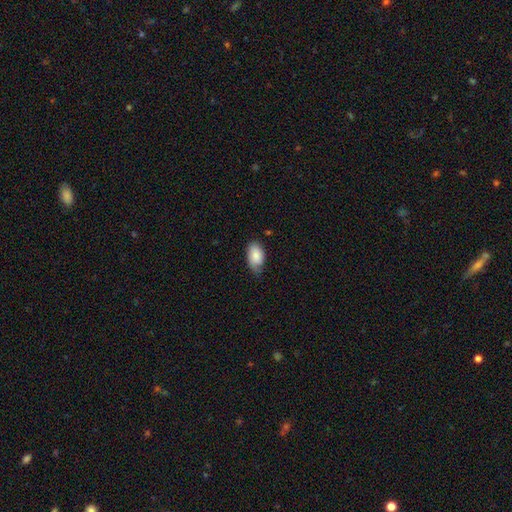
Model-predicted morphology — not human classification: smooth 83%, featured or disk 11%, star or artifact 6%. Down the decision tree: how rounded — in between (93%); merging — none (62%).